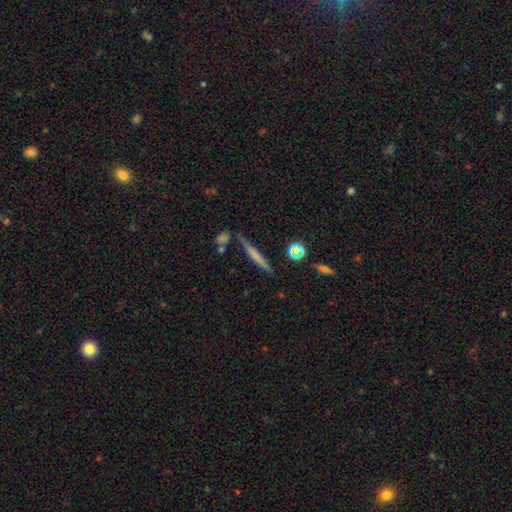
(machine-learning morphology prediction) smooth_or_featured: smooth (p=0.53) [alt: featured or disk p=0.39]
how_rounded: cigar-shaped (p=0.93) [alt: in between p=0.04]
merging: none (p=0.83) [alt: minor disturbance p=0.10]